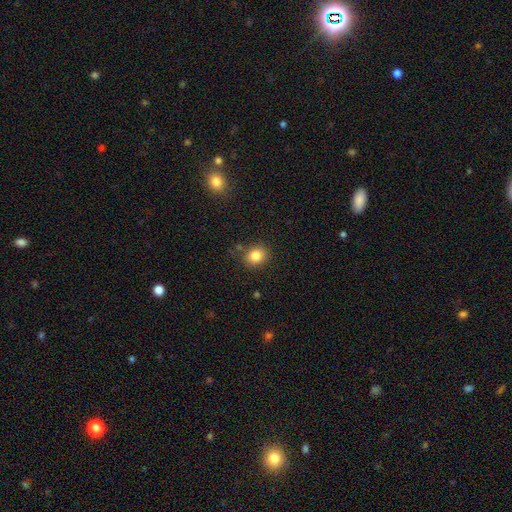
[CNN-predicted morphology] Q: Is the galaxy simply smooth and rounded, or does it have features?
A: smooth — 83%.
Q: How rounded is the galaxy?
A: round — 67%.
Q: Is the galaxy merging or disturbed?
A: none — 83%.